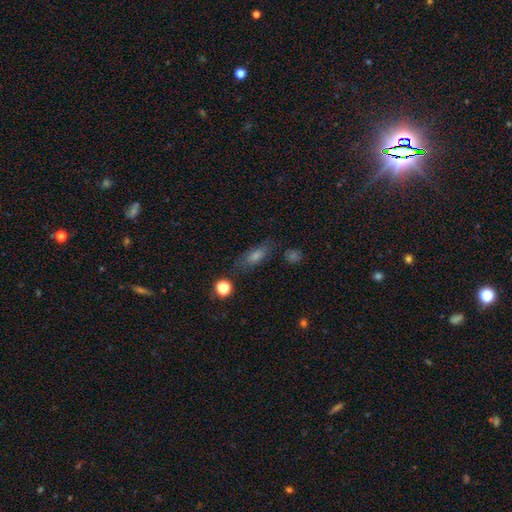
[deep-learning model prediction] This is possibly a smooth galaxy (54%). How rounded: possibly in between (58%). Merging: likely none (73%).